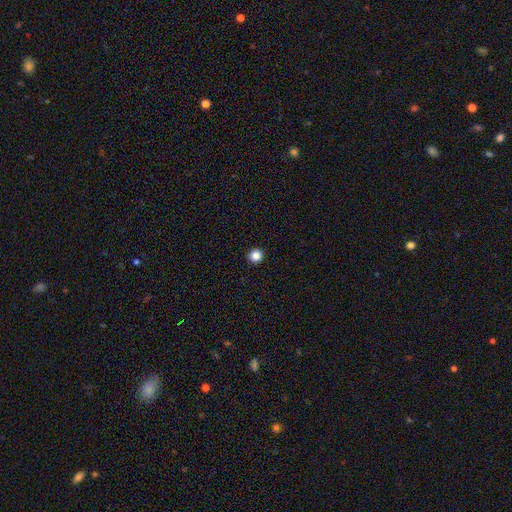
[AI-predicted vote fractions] This appears to be a smooth galaxy with no disk features (84%) that is round (95%). Merging: none (94%).